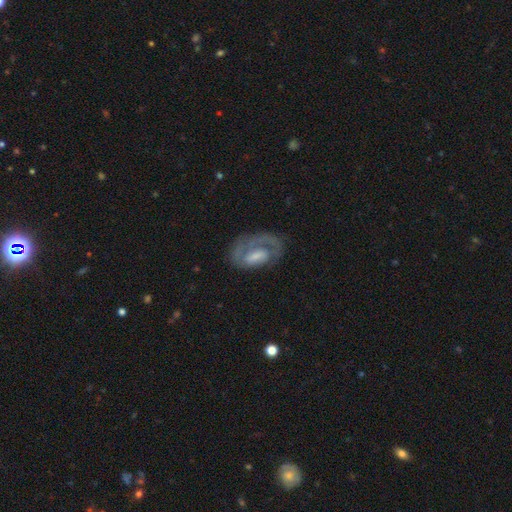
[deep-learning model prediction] Smooth or featured? Predicted: featured or disk (p=0.69). Edge-on disk? Predicted: no (p=0.95). Bar? Predicted: no (p=0.49). Spiral arms? Predicted: yes (p=0.78). Spiral winding? Predicted: tight (p=0.52). Spiral arm count? Predicted: 1 (p=0.63). Bulge size? Predicted: moderate (p=0.33). Merging? Predicted: none (p=0.57).